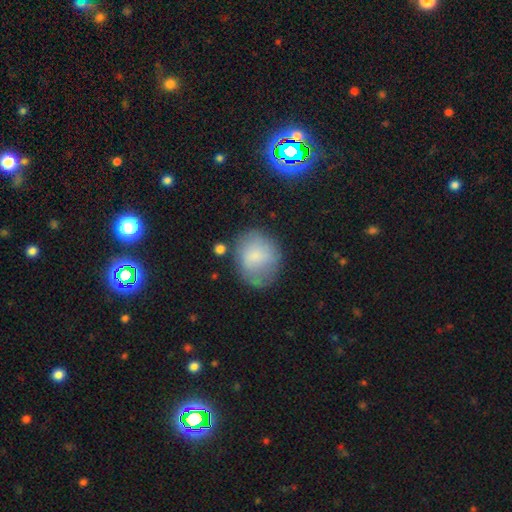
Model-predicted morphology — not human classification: This appears to be a smooth galaxy with no disk features (74%) that is round (59%). Merging: none (58%).